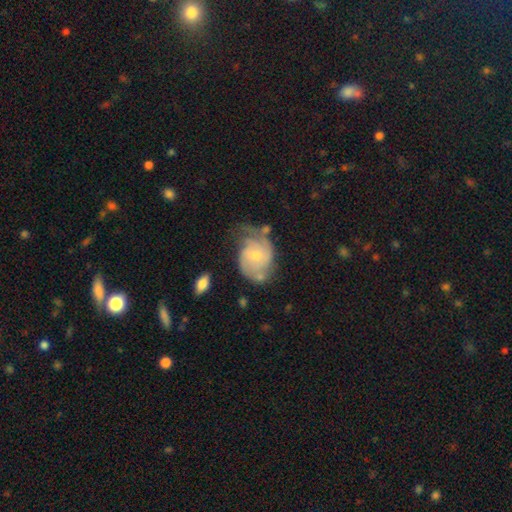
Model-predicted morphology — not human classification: Smooth or featured? Predicted: featured or disk (p=0.75). Edge-on disk? Predicted: no (p=0.97). Bar? Predicted: no (p=0.64). Spiral arms? Predicted: yes (p=0.91). Spiral winding? Predicted: tight (p=0.46). Spiral arm count? Predicted: 2 (p=0.51). Bulge size? Predicted: small (p=0.51). Merging? Predicted: none (p=0.44).